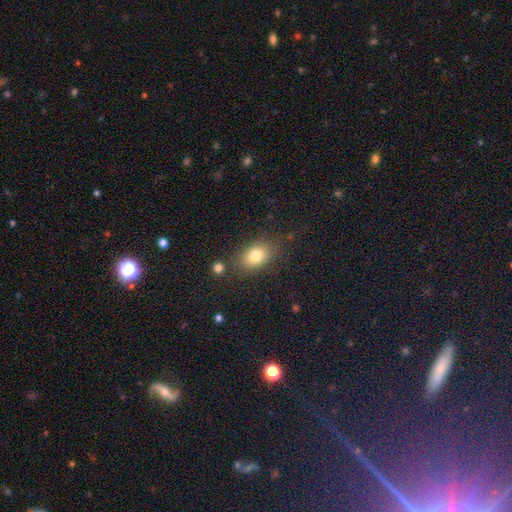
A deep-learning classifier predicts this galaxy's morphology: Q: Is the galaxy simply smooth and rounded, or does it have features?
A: smooth — 80%.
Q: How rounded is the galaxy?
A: in between — 76%.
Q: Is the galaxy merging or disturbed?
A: none — 79%.